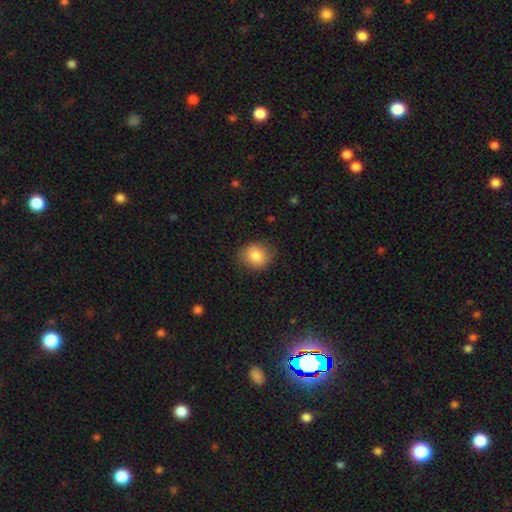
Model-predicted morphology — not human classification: Q: Smooth or featured?
A: smooth (85%); runner-up: star or artifact (8%)
Q: How rounded?
A: round (69%); runner-up: in between (30%)
Q: Merging?
A: none (82%); runner-up: minor disturbance (14%)